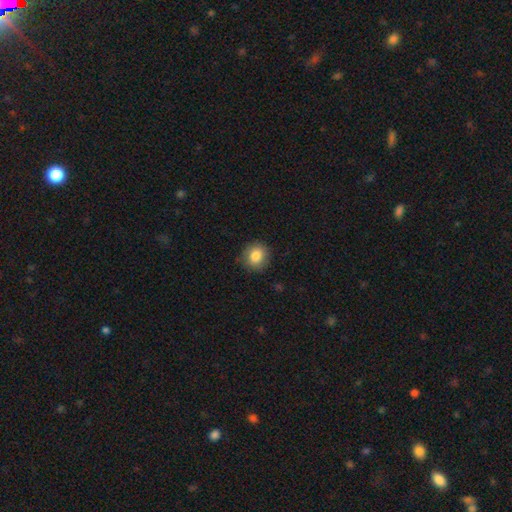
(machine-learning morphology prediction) A smooth galaxy with no disk features (84%) that is round (82%).

Vote fractions:
- Smooth or featured? smooth: 84% / star or artifact: 9% / featured or disk: 6%
- How rounded? round: 82% / in between: 17% / cigar-shaped: 1%
- Merging? none: 87% / minor disturbance: 9% / major disturbance: 2% / merger: 1%